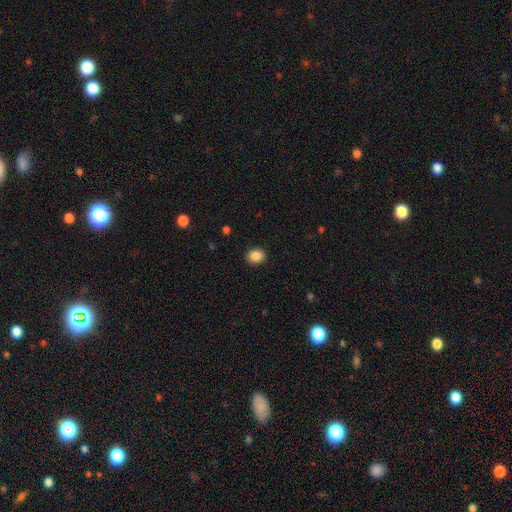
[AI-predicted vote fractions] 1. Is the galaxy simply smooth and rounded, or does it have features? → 87% smooth, 9% star or artifact, 3% featured or disk.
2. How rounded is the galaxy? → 55% round, 44% in between, 1% cigar-shaped.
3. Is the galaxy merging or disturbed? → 90% none, 7% minor disturbance, 2% major disturbance, 1% merger.